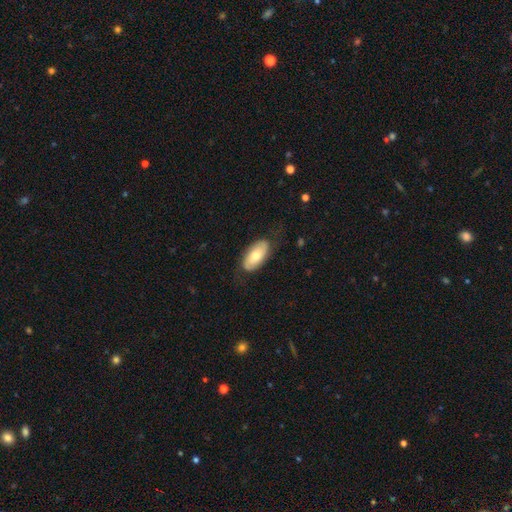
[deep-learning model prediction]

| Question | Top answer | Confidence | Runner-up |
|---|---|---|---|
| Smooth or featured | smooth | 61% | featured or disk (34%) |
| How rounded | in between | 93% | cigar-shaped (5%) |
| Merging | none | 74% | minor disturbance (19%) |